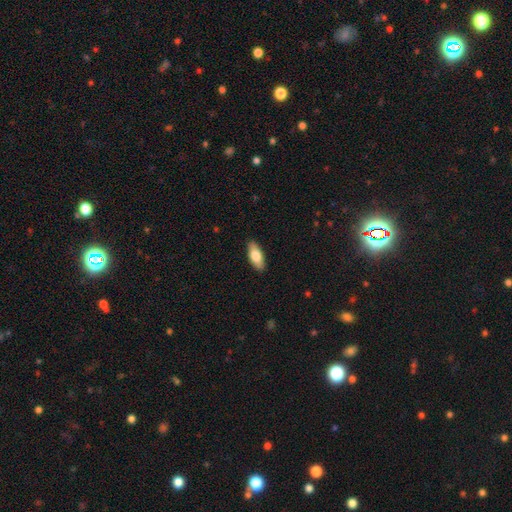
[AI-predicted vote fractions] Smooth or featured? smooth (77%)
How rounded? in between (83%)
Merging? none (89%)